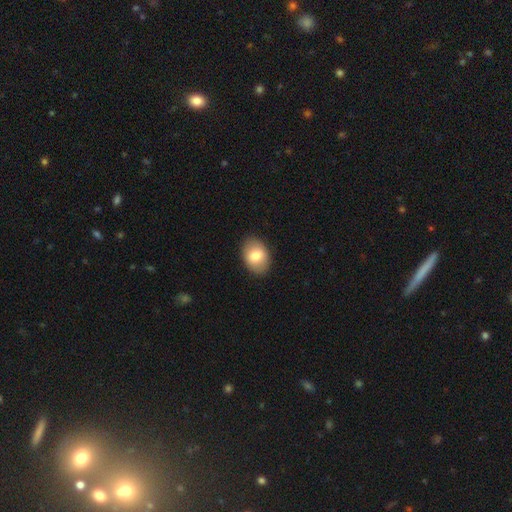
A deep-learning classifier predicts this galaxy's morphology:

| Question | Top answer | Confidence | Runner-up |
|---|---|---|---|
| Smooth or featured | smooth | 78% | featured or disk (15%) |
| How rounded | in between | 75% | round (24%) |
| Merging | none | 88% | minor disturbance (9%) |